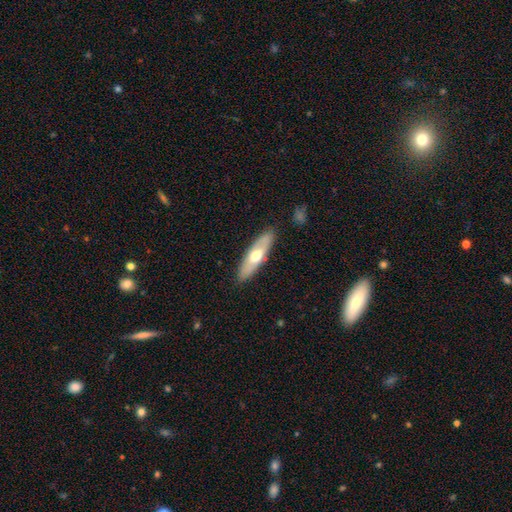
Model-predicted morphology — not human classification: This is possibly a smooth galaxy (51%). How rounded: possibly cigar-shaped (53%). Merging: clearly none (86%).